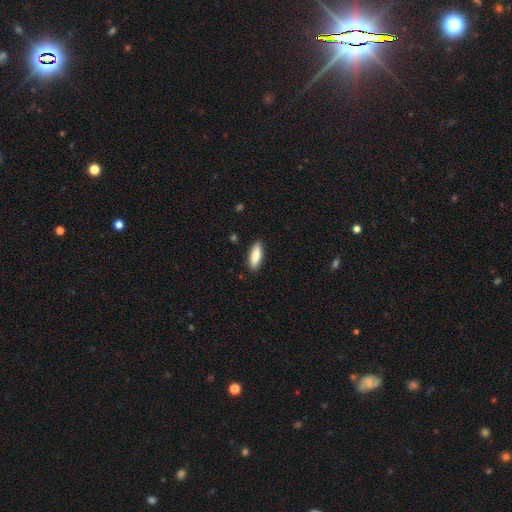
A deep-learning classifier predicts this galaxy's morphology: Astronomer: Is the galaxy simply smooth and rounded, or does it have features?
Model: smooth — 85%.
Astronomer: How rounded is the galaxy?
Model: in between — 63%.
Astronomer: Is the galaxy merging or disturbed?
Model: none — 89%.